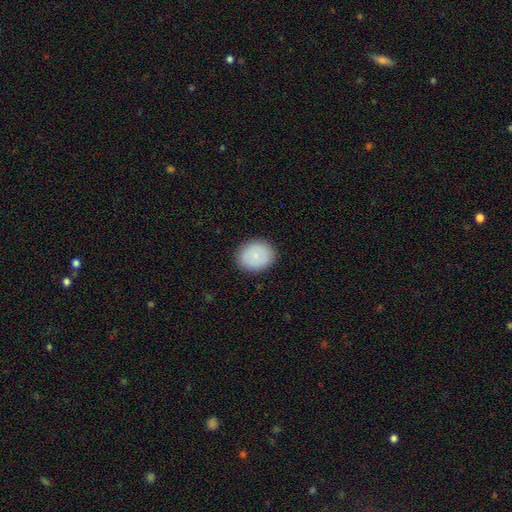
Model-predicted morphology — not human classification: Smooth or featured?
  - smooth: 83% *
  - featured or disk: 10%
  - star or artifact: 7%
How rounded?
  - in between: 54% *
  - round: 45%
  - cigar-shaped: 1%
Merging?
  - none: 88% *
  - minor disturbance: 8%
  - major disturbance: 2%
  - merger: 1%